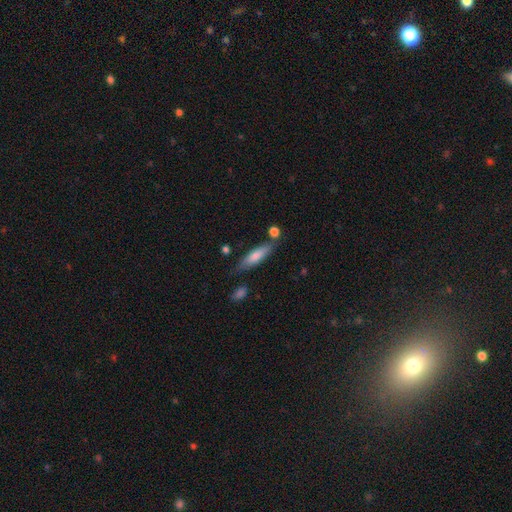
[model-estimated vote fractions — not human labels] Morphology: type=smooth (73%); roundness=cigar-shaped (67%); merging=none (70%).